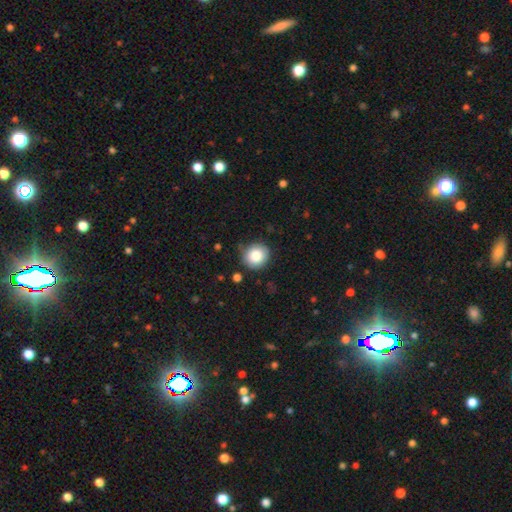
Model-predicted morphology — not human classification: A smooth galaxy with no disk features (84%) that is round (88%).

Vote fractions:
- Smooth or featured? smooth: 84% / star or artifact: 9% / featured or disk: 7%
- How rounded? round: 88% / in between: 11% / cigar-shaped: 1%
- Merging? none: 84% / minor disturbance: 12% / major disturbance: 3% / merger: 2%